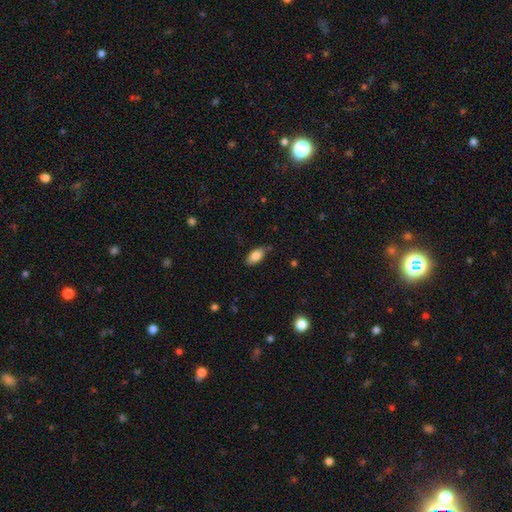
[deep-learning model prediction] smooth_or_featured: smooth (p=0.83) [alt: featured or disk p=0.10]
how_rounded: in between (p=0.92) [alt: cigar-shaped p=0.05]
merging: none (p=0.79) [alt: minor disturbance p=0.17]